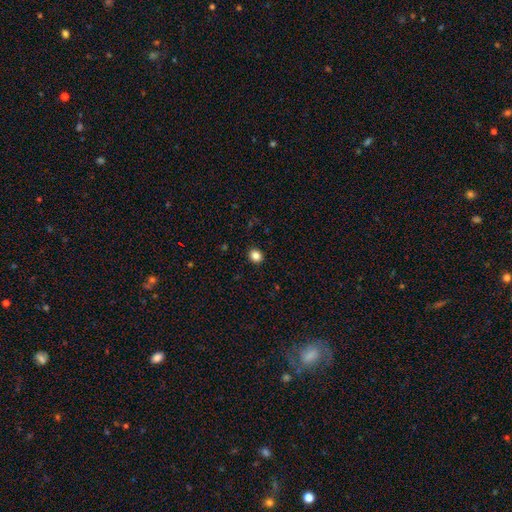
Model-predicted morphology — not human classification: Q: Smooth or featured?
A: smooth (85%); runner-up: star or artifact (11%)
Q: How rounded?
A: round (82%); runner-up: in between (17%)
Q: Merging?
A: none (92%); runner-up: minor disturbance (5%)